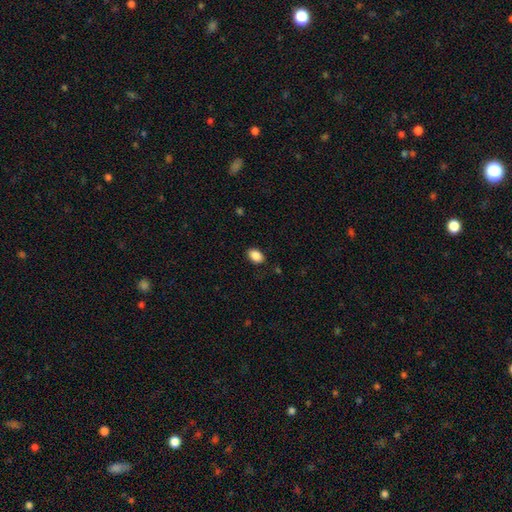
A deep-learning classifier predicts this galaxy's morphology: The model was most divided on "how rounded": in between: 86%, round: 13%, cigar-shaped: 1%. More confident: smooth or featured — smooth (89%); merging — none (86%).